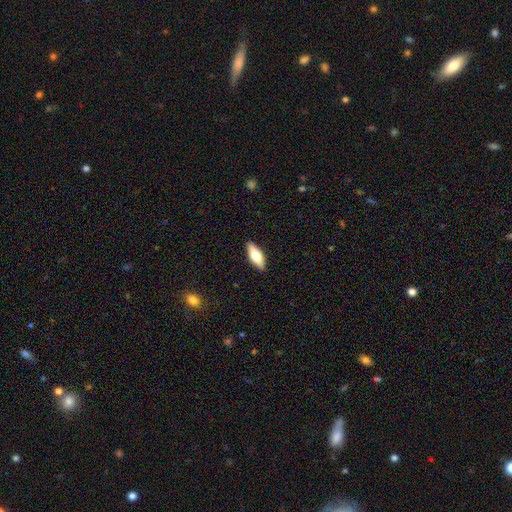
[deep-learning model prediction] Smooth or featured: smooth — 58% (featured or disk — 37%)
How rounded: in between — 66% (cigar-shaped — 31%)
Merging: none — 90% (minor disturbance — 8%)